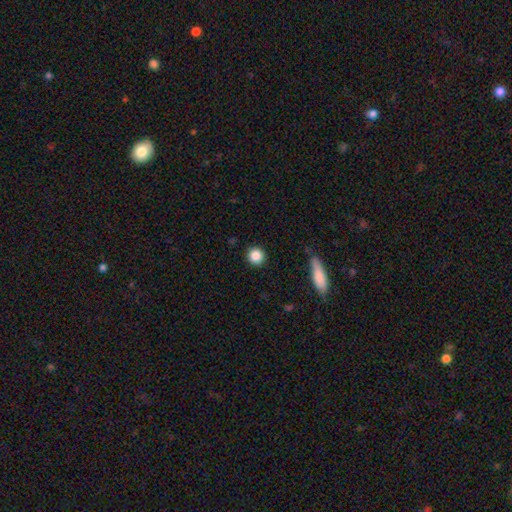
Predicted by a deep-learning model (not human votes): Smooth or featured? Predicted: smooth (p=0.87). How rounded? Predicted: round (p=0.93). Merging? Predicted: none (p=0.91).